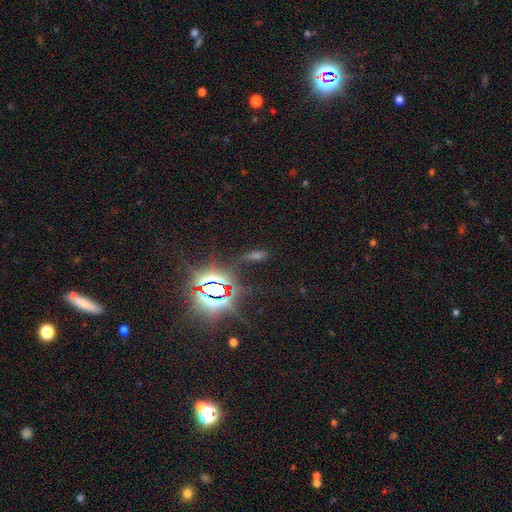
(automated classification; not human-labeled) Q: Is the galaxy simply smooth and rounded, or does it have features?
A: star or artifact — 57%.